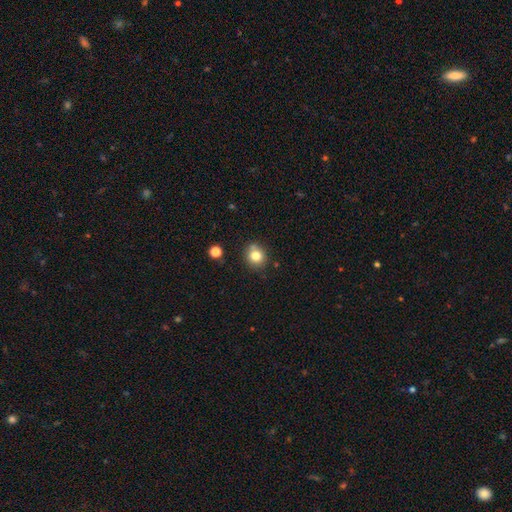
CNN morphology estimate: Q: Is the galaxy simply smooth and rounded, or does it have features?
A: smooth — 80%.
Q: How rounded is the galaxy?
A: round — 84%.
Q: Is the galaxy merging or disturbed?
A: none — 78%.